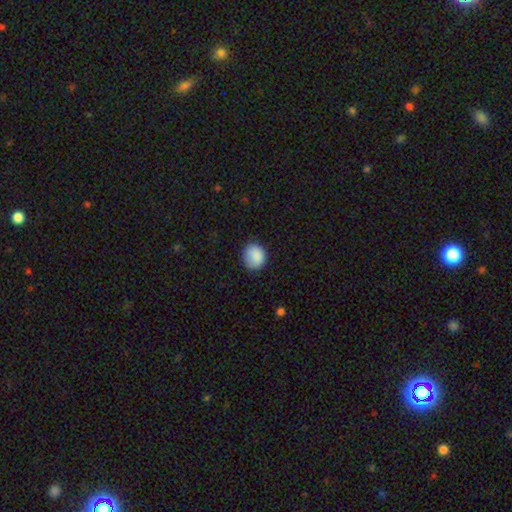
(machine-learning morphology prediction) Smooth or featured?
  - smooth: 88% *
  - star or artifact: 8%
  - featured or disk: 4%
How rounded?
  - round: 74% *
  - in between: 25%
  - cigar-shaped: 1%
Merging?
  - none: 80% *
  - minor disturbance: 16%
  - major disturbance: 3%
  - merger: 1%